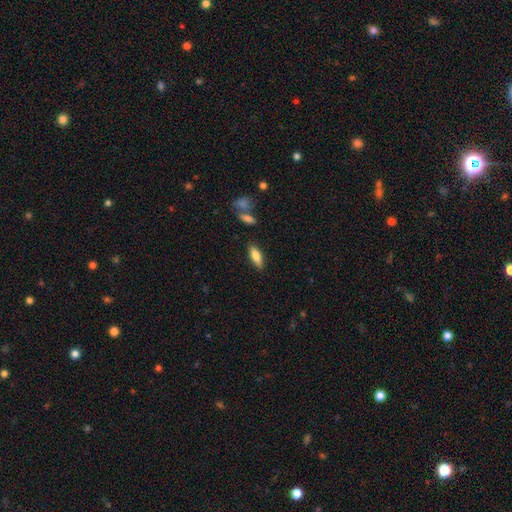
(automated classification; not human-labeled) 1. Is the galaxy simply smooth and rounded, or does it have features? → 76% smooth, 17% featured or disk, 7% star or artifact.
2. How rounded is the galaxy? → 64% in between, 34% cigar-shaped, 2% round.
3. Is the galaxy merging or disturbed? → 84% none, 11% minor disturbance, 3% merger, 3% major disturbance.